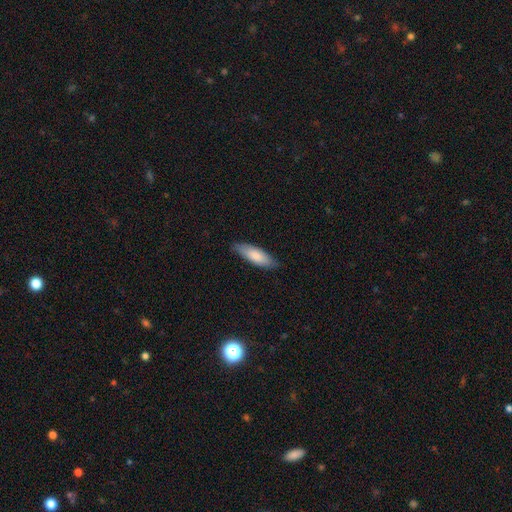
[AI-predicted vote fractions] Smooth or featured? Predicted: smooth (p=0.80). How rounded? Predicted: in between (p=0.55). Merging? Predicted: none (p=0.83).